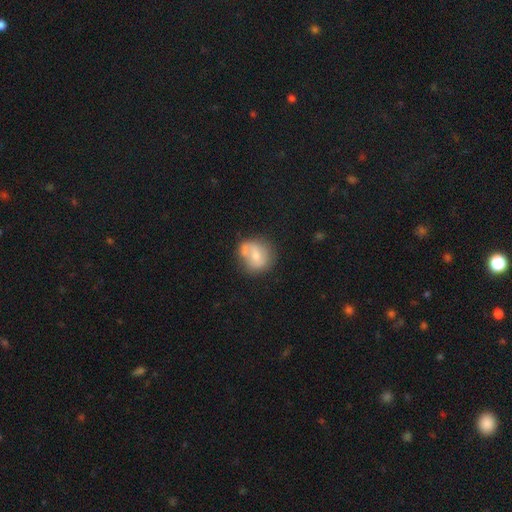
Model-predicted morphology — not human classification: Overall: smooth (55%; featured or disk 37%). How rounded: round (68%; in between 31%). Merging: none (48%; minor disturbance 23%).